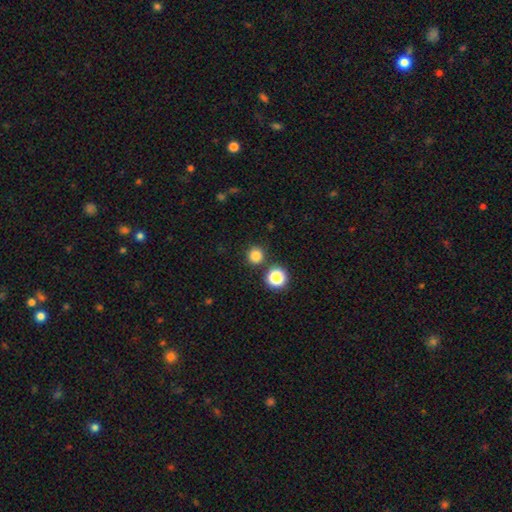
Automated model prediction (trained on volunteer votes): Smooth or featured? smooth (82%)
How rounded? round (94%)
Merging? none (85%)